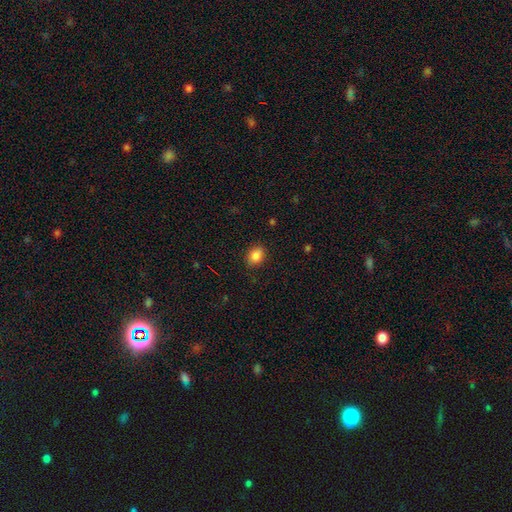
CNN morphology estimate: smooth 87%, star or artifact 9%, featured or disk 4%. Down the decision tree: how rounded — in between (60%); merging — none (87%).